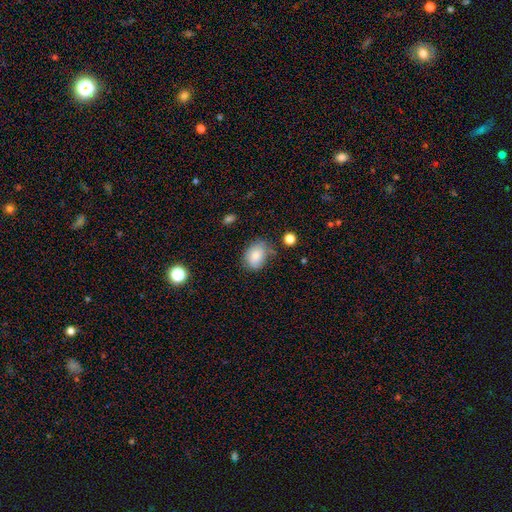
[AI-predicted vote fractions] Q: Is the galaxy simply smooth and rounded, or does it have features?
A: smooth — 81%.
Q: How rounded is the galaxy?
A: in between — 75%.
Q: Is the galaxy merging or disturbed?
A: none — 62%.